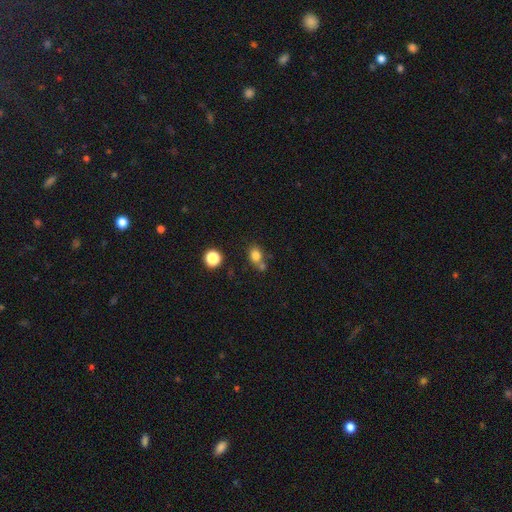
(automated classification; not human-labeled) A smooth galaxy with no disk features (79%) that is round (50%). Merging: none (52%).